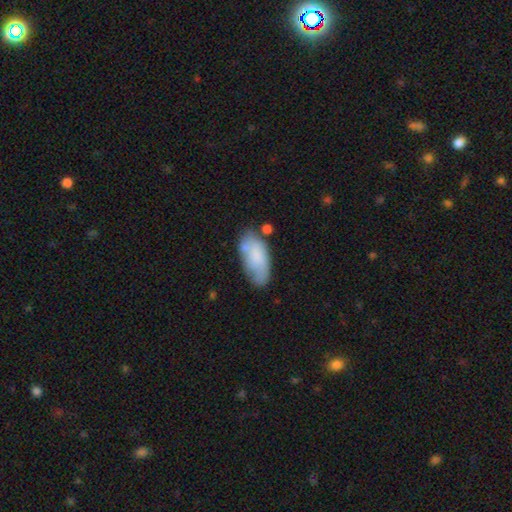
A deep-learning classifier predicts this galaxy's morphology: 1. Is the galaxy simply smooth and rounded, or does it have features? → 71% smooth, 22% featured or disk, 7% star or artifact.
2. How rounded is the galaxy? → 91% in between, 6% cigar-shaped, 2% round.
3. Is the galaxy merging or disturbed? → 56% none, 26% minor disturbance, 9% merger, 8% major disturbance.